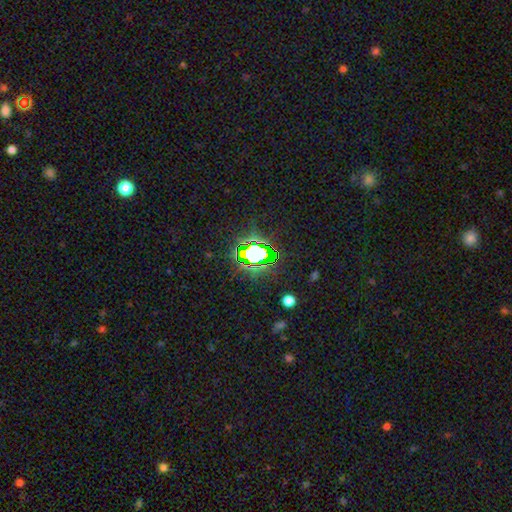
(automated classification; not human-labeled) smooth_or_featured: star or artifact (p=0.71) [alt: smooth p=0.17]